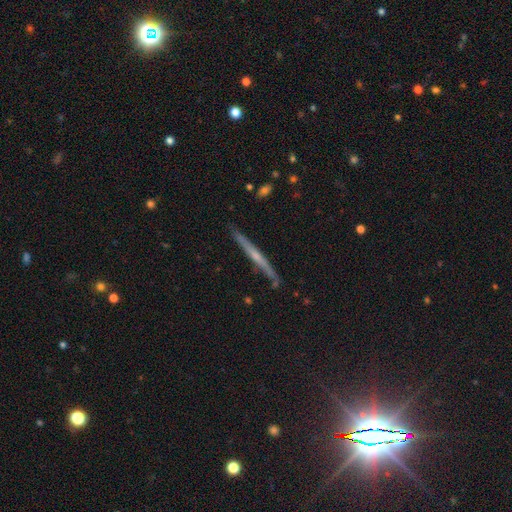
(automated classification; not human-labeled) This is likely a featured or disk galaxy (67%). It is clearly viewed edge-on (97%). Edge-on bulge: possibly none (48%). Merging: clearly none (87%).